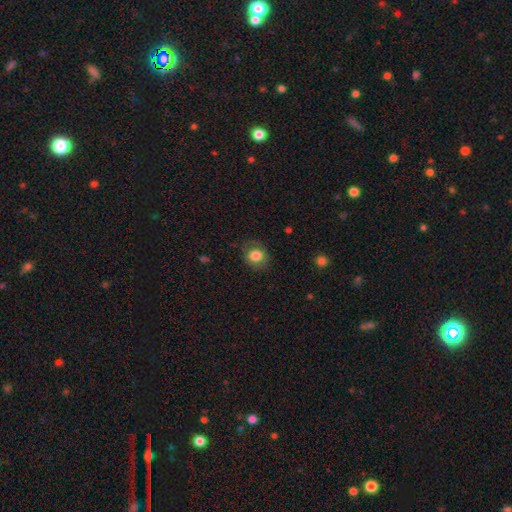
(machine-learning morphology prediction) The model was most divided on "how rounded": round: 67%, in between: 32%, cigar-shaped: 1%. More confident: smooth or featured — smooth (79%); merging — none (76%).